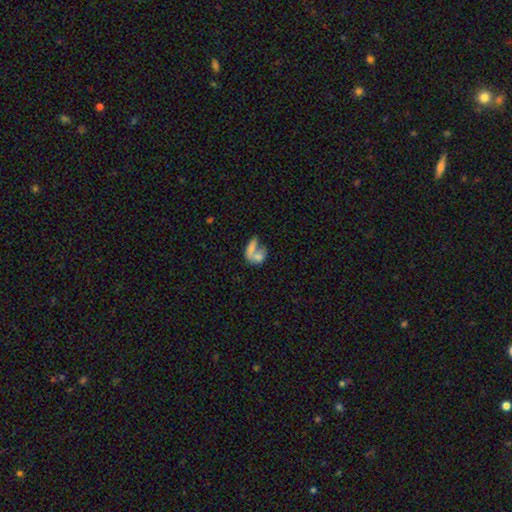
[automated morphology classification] This appears to be a smooth galaxy with no disk features (67%) that is in between round and cigar-shaped (65%). Merging: merger (61%).